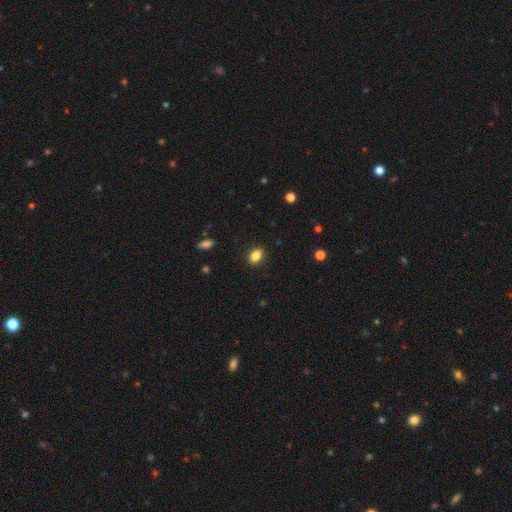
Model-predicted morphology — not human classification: Smooth or featured: smooth — 85% (star or artifact — 10%)
How rounded: in between — 79% (round — 19%)
Merging: none — 89% (minor disturbance — 8%)